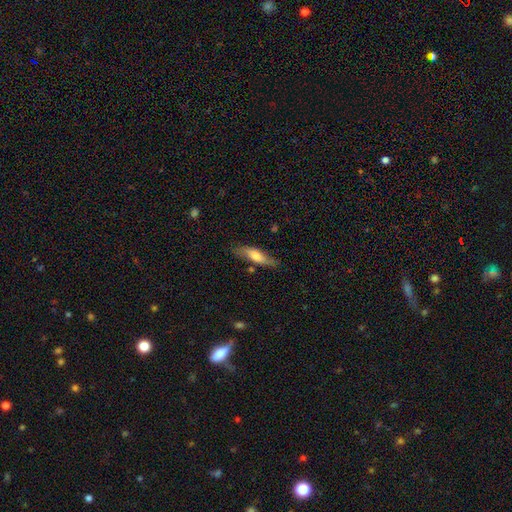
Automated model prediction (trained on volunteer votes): Smooth or featured? smooth (62%)
How rounded? cigar-shaped (57%)
Merging? none (73%)